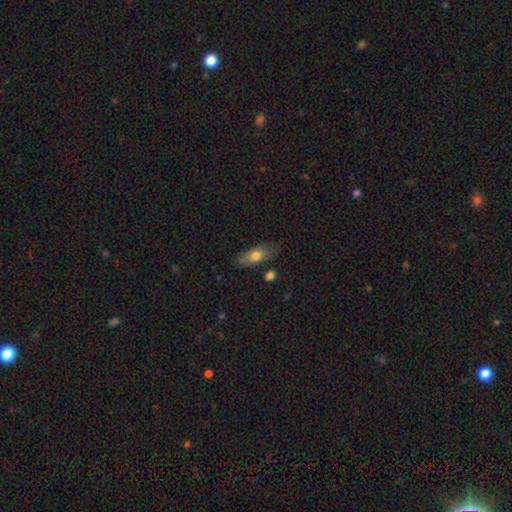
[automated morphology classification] Smooth or featured? smooth (72%)
How rounded? in between (76%)
Merging? none (71%)